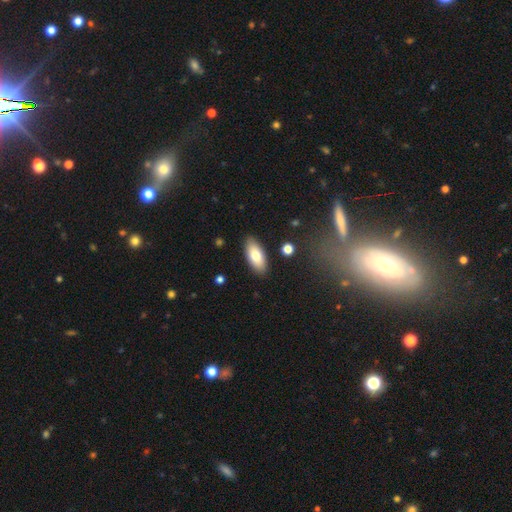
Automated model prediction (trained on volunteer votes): Smooth or featured?
  - smooth: 76% *
  - featured or disk: 18%
  - star or artifact: 6%
How rounded?
  - in between: 88% *
  - cigar-shaped: 10%
  - round: 2%
Merging?
  - none: 88% *
  - minor disturbance: 9%
  - major disturbance: 2%
  - merger: 2%